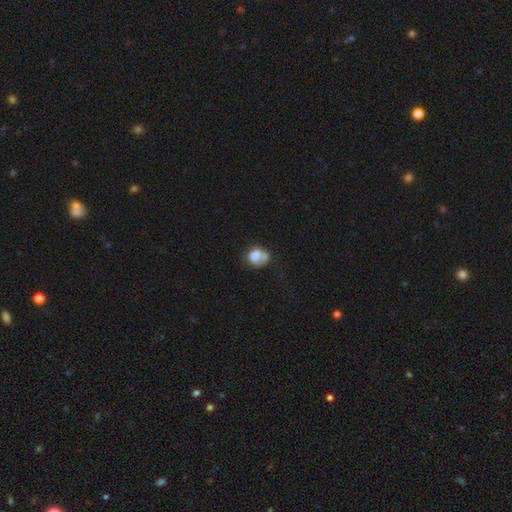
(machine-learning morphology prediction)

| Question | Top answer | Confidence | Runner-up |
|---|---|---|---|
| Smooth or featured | smooth | 70% | featured or disk (21%) |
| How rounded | round | 66% | in between (34%) |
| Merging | merger | 44% | none (31%) |